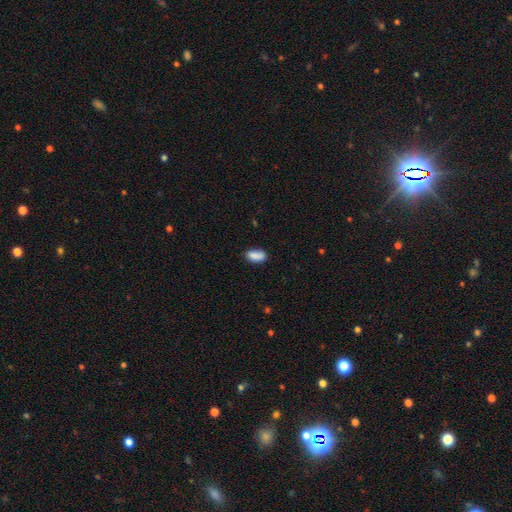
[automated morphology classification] Smooth or featured? smooth (86%)
How rounded? in between (89%)
Merging? none (75%)